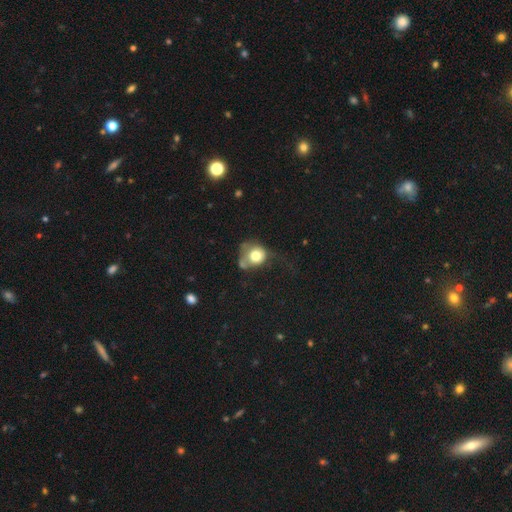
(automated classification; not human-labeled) The model was most divided on "merging" (2-way tie): none: 30%, major disturbance: 30%, minor disturbance: 26%, merger: 15%. More confident: how rounded — round (75%); smooth or featured — smooth (72%).